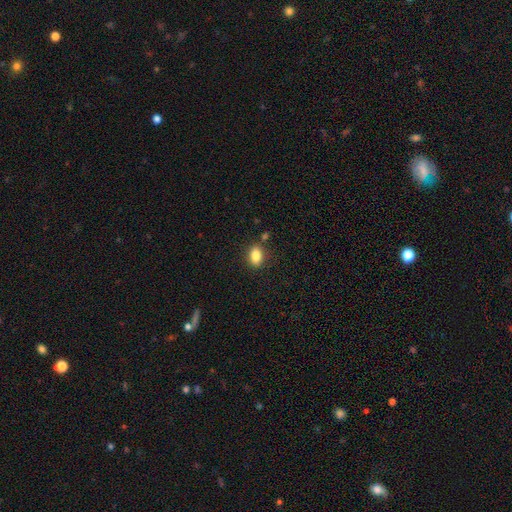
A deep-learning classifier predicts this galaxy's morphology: Smooth or featured? Predicted: smooth (p=0.85). How rounded? Predicted: in between (p=0.79). Merging? Predicted: none (p=0.82).